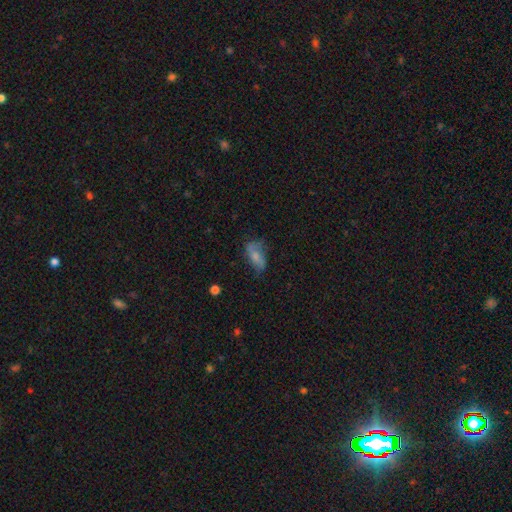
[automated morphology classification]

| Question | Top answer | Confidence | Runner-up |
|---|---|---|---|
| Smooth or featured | smooth | 61% | featured or disk (30%) |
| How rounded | in between | 86% | cigar-shaped (9%) |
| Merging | none | 53% | minor disturbance (31%) |